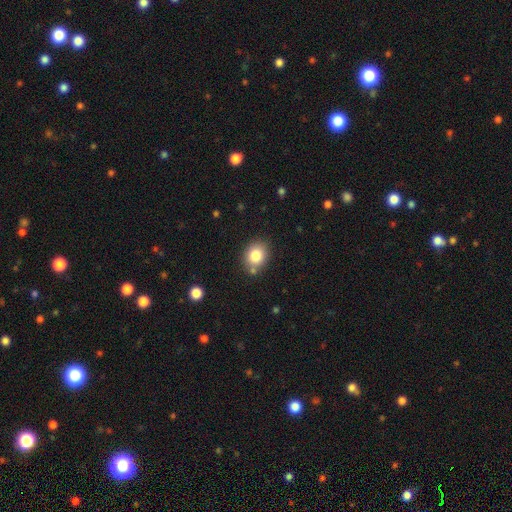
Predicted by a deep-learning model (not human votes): A smooth galaxy with no disk features (82%) that is round (57%).

Vote fractions:
- Smooth or featured? smooth: 82% / star or artifact: 10% / featured or disk: 8%
- How rounded? round: 57% / in between: 42% / cigar-shaped: 1%
- Merging? none: 78% / minor disturbance: 13% / merger: 7% / major disturbance: 3%